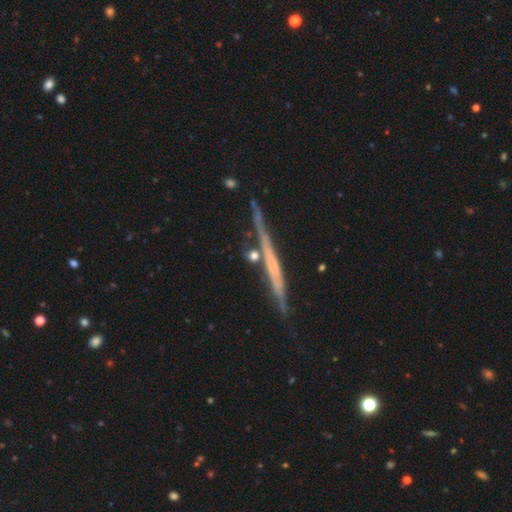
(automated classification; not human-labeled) The model was most divided on "smooth or featured": featured or disk: 66%, smooth: 27%, star or artifact: 7%. More confident: edge-on disk — yes (96%); edge-on bulge — none (79%); merging — none (76%).